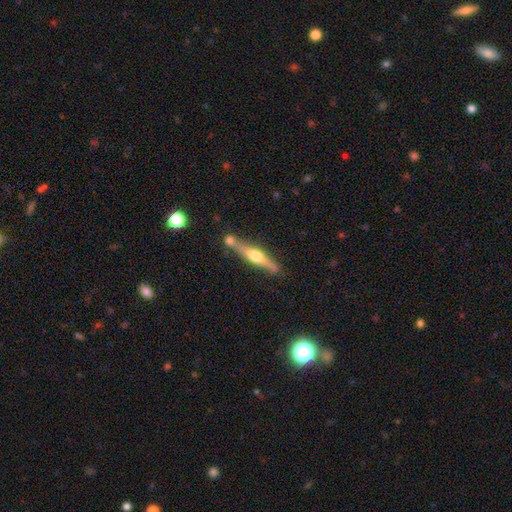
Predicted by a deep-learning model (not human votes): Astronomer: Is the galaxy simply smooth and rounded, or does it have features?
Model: featured or disk — 68%.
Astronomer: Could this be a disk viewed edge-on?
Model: yes — 95%.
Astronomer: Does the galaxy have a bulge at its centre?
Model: rounded — 92%.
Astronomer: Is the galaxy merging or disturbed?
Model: none — 65%.